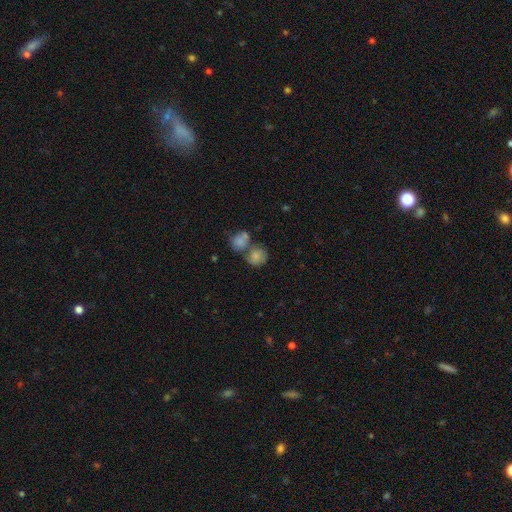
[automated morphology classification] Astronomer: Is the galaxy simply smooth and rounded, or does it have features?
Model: smooth — 56%.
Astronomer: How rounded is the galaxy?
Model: round — 83%.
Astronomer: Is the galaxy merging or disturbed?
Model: none — 52% (runner-up: merger, 35%).